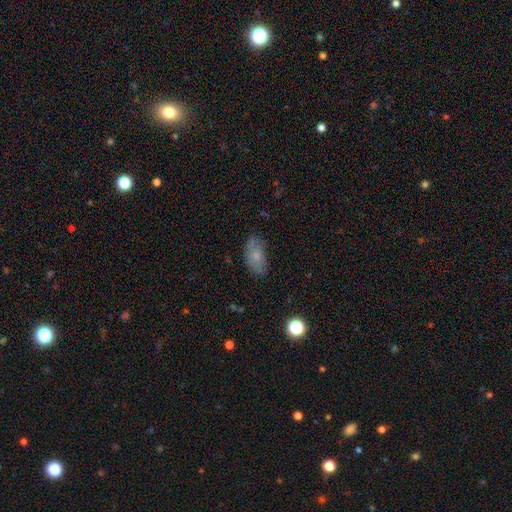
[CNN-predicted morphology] This appears to be a smooth galaxy with no disk features (69%) that is in between round and cigar-shaped (91%). Merging: none (73%).